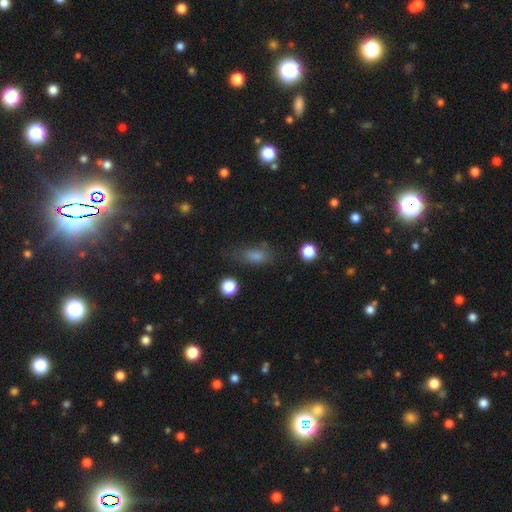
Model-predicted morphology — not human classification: This is likely a smooth galaxy (69%). How rounded: likely in between (70%). Merging: likely none (64%).